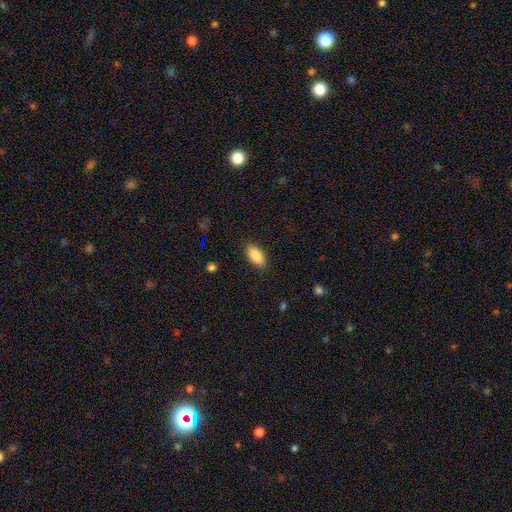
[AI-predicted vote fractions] smooth_or_featured: smooth (p=0.87) [alt: star or artifact p=0.07]
how_rounded: in between (p=0.88) [alt: cigar-shaped p=0.09]
merging: none (p=0.87) [alt: minor disturbance p=0.10]